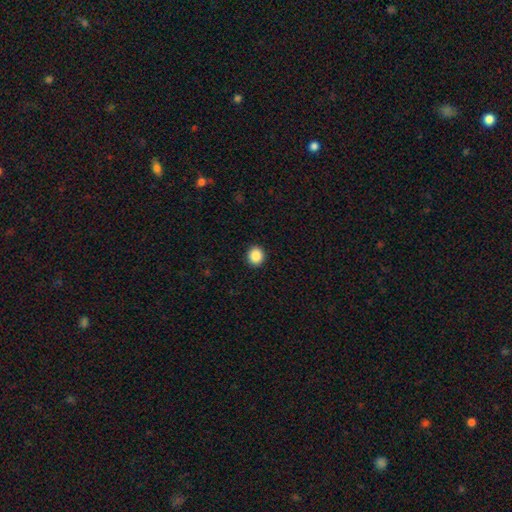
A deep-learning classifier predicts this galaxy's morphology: smooth_or_featured: smooth (p=0.87) [alt: star or artifact p=0.09]
how_rounded: round (p=0.84) [alt: in between p=0.15]
merging: none (p=0.93) [alt: minor disturbance p=0.05]